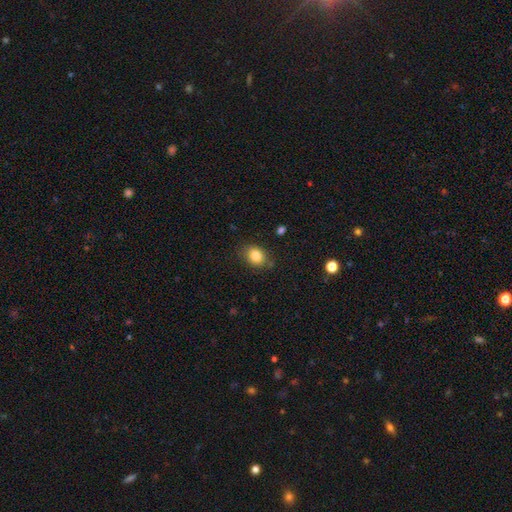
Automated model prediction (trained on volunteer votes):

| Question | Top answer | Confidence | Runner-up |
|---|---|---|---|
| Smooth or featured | smooth | 83% | star or artifact (10%) |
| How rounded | in between | 63% | round (36%) |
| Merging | none | 81% | minor disturbance (13%) |